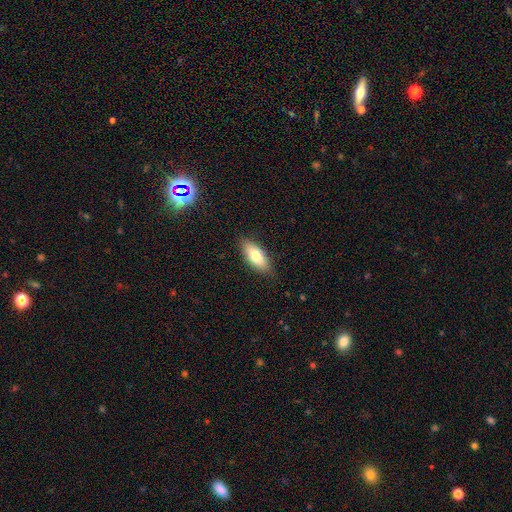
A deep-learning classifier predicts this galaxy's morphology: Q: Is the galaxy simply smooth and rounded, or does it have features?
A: smooth — 75%.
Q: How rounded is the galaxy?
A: in between — 79%.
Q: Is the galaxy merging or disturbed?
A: none — 85%.